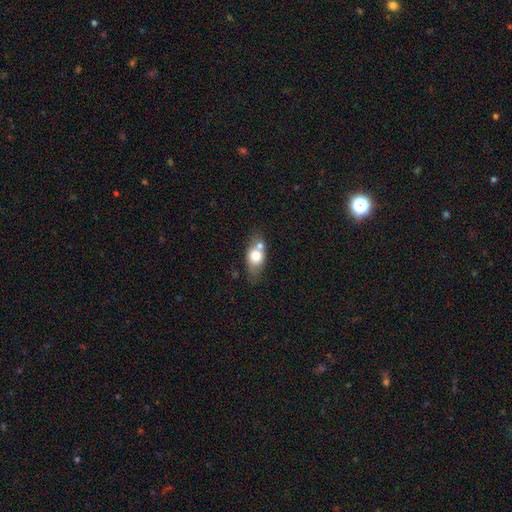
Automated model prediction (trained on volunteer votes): smooth 67%, featured or disk 26%, star or artifact 8%. Down the decision tree: how rounded — in between (76%); merging — none (49%).